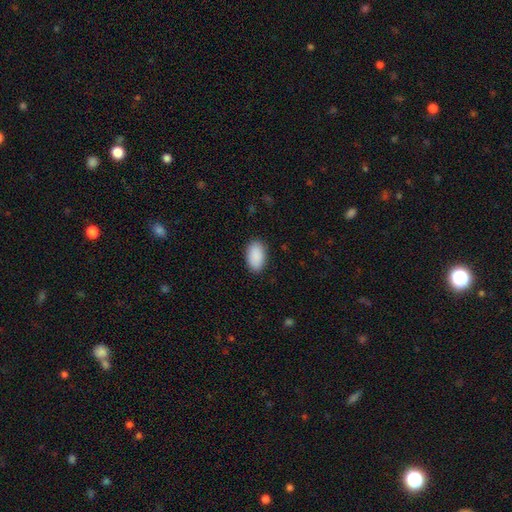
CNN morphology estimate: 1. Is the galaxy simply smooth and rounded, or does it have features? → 91% smooth, 6% star or artifact, 3% featured or disk.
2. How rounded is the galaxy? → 94% in between, 4% round, 1% cigar-shaped.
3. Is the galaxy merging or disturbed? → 87% none, 10% minor disturbance, 2% major disturbance, 1% merger.